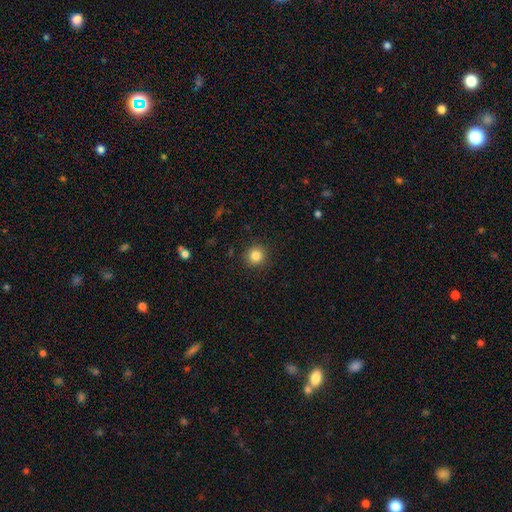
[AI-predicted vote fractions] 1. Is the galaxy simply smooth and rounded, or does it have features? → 84% smooth, 11% star or artifact, 5% featured or disk.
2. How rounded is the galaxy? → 92% round, 7% in between, 1% cigar-shaped.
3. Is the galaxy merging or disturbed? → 91% none, 6% minor disturbance, 2% major disturbance, 1% merger.